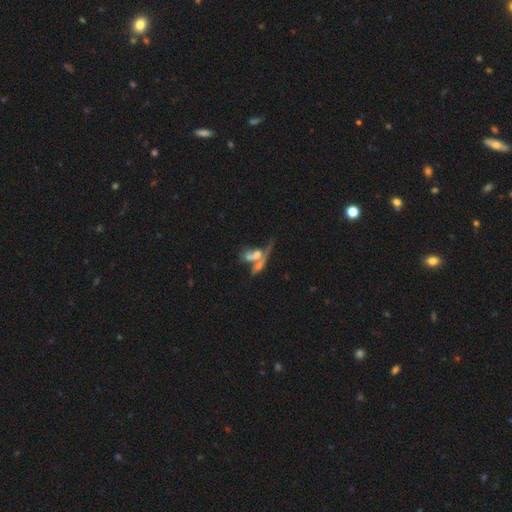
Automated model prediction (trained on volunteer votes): A smooth galaxy with no disk features (46%).

Vote fractions:
- Smooth or featured? smooth: 46% / featured or disk: 41% / star or artifact: 14%
- Merging? merger: 58% / none: 23% / major disturbance: 10% / minor disturbance: 8%